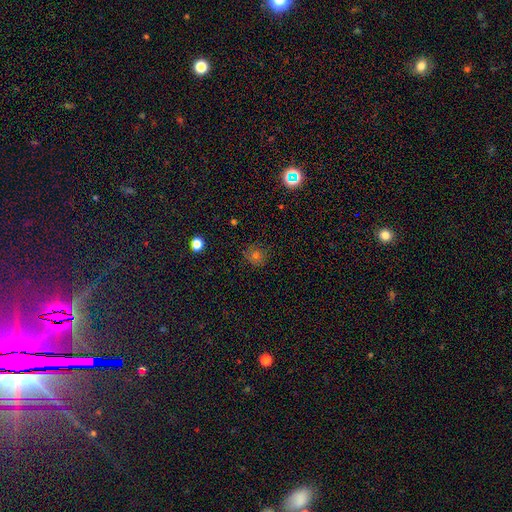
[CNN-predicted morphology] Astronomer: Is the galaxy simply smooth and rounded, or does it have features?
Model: smooth — 60%.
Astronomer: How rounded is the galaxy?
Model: round — 91%.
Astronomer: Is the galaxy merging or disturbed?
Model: none — 84%.